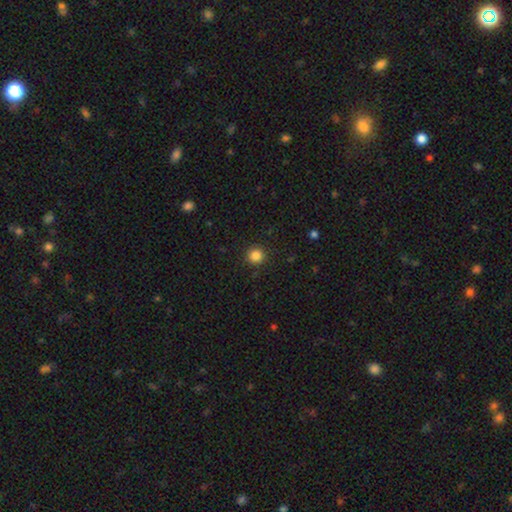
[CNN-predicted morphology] Smooth or featured: smooth — 85% (star or artifact — 11%)
How rounded: round — 94% (in between — 5%)
Merging: none — 92% (minor disturbance — 5%)